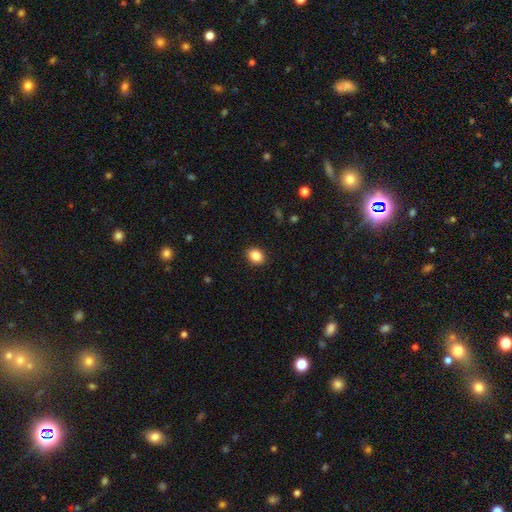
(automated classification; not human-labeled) A smooth galaxy with no disk features (87%) that is in between round and cigar-shaped (52%).

Vote fractions:
- Smooth or featured? smooth: 87% / star or artifact: 9% / featured or disk: 4%
- How rounded? in between: 52% / round: 47% / cigar-shaped: 1%
- Merging? none: 90% / minor disturbance: 7% / major disturbance: 2% / merger: 1%